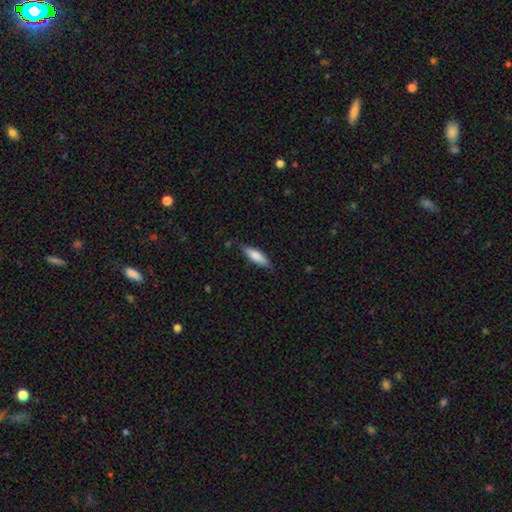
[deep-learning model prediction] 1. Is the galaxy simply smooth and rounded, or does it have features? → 77% smooth, 18% featured or disk, 6% star or artifact.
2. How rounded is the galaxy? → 53% cigar-shaped, 45% in between, 2% round.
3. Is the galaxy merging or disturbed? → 79% none, 17% minor disturbance, 3% major disturbance, 2% merger.